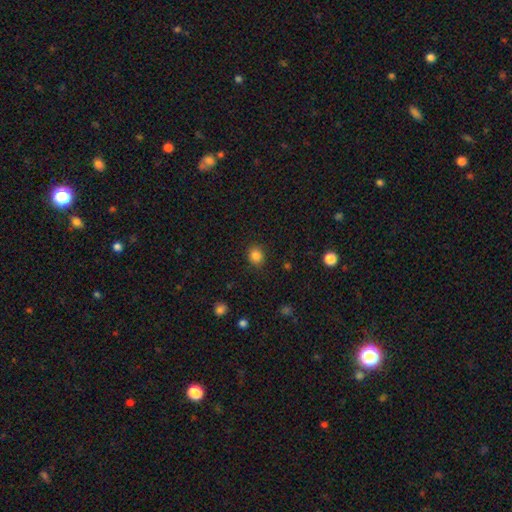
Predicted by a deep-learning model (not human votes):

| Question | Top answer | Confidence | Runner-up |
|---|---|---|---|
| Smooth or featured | smooth | 84% | star or artifact (11%) |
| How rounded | round | 74% | in between (25%) |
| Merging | none | 87% | minor disturbance (9%) |